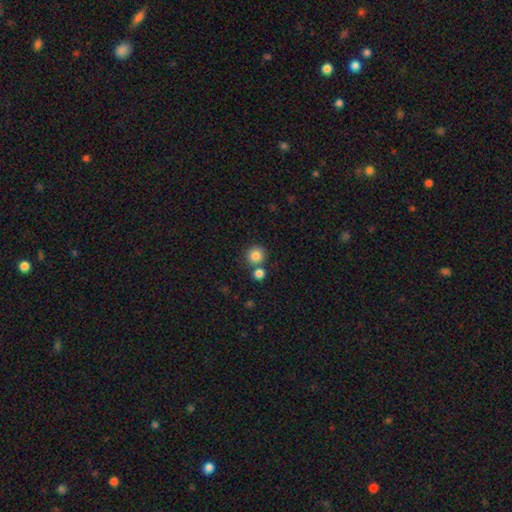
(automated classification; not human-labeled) Smooth or featured? Predicted: smooth (p=0.84). How rounded? Predicted: round (p=0.92). Merging? Predicted: none (p=0.71).